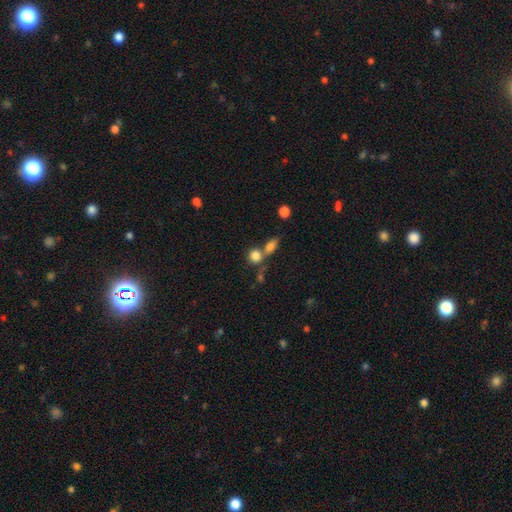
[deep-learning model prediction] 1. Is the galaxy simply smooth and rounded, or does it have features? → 81% smooth, 10% star or artifact, 9% featured or disk.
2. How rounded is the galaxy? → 73% round, 25% in between, 2% cigar-shaped.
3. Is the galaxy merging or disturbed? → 45% none, 41% merger, 9% minor disturbance, 5% major disturbance.